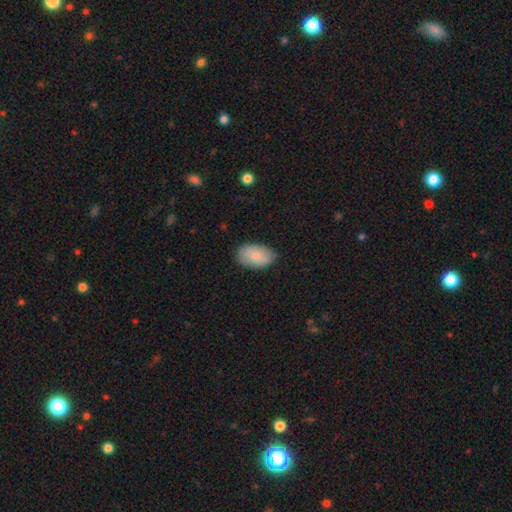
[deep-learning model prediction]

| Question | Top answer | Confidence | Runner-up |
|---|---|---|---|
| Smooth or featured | smooth | 82% | featured or disk (12%) |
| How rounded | in between | 91% | round (7%) |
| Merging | none | 82% | minor disturbance (15%) |